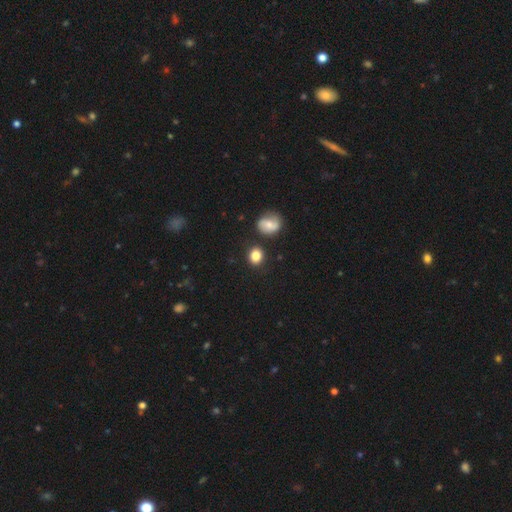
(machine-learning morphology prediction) This appears to be a smooth galaxy with no disk features (83%) that is round (66%). Merging: none (82%).